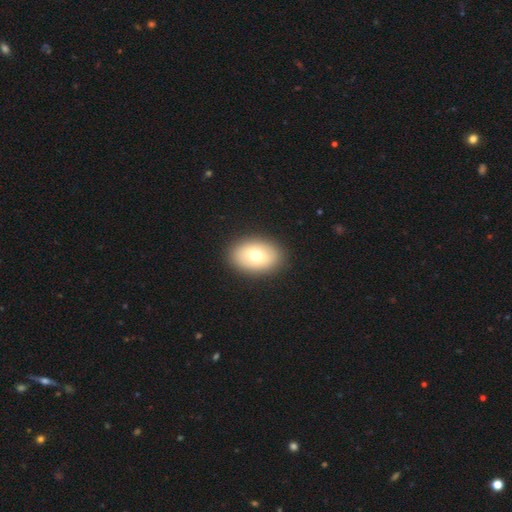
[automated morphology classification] Q: Smooth or featured?
A: smooth (71%); runner-up: featured or disk (21%)
Q: How rounded?
A: in between (86%); runner-up: round (13%)
Q: Merging?
A: none (89%); runner-up: minor disturbance (7%)